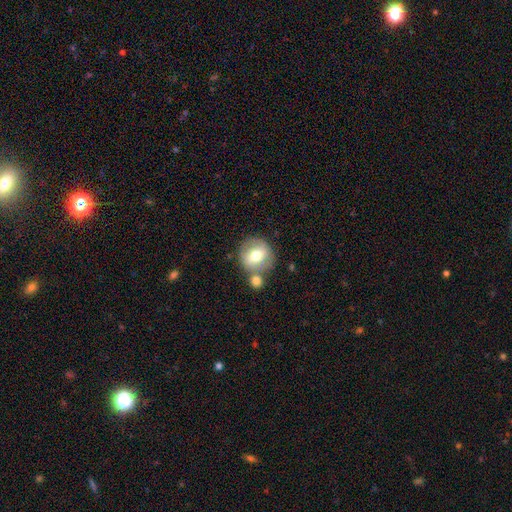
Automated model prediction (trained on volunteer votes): A smooth galaxy with no disk features (63%) that is round (88%). Merging: none (61%).